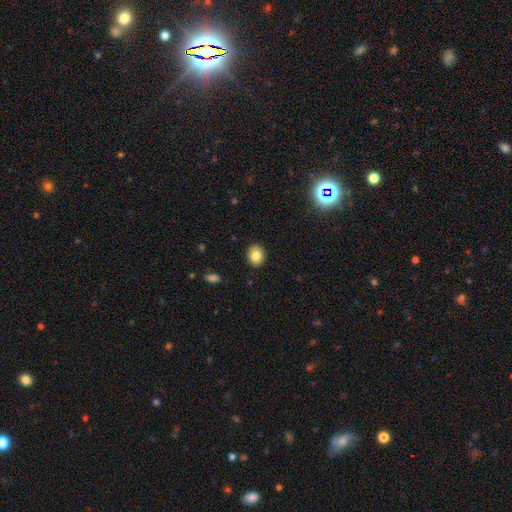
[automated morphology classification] Overall: smooth (83%). How rounded: in between (51%; round 48%). Merging: none (89%).